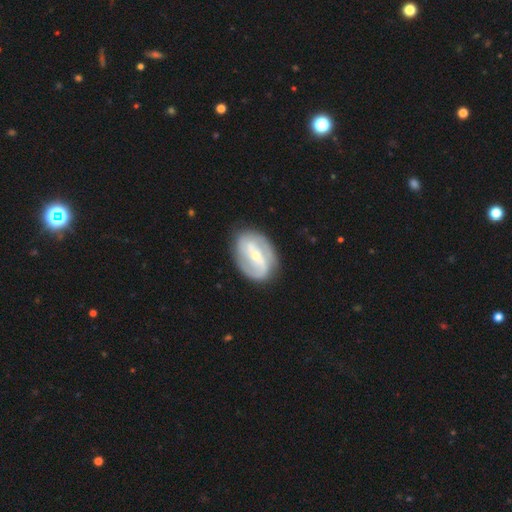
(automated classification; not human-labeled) Smooth or featured? Predicted: featured or disk (p=0.83). Edge-on disk? Predicted: no (p=0.96). Bar? Predicted: strong (p=0.49). Spiral arms? Predicted: yes (p=0.89). Spiral winding? Predicted: medium (p=0.41). Spiral arm count? Predicted: 2 (p=0.81). Bulge size? Predicted: small (p=0.61). Merging? Predicted: none (p=0.81).